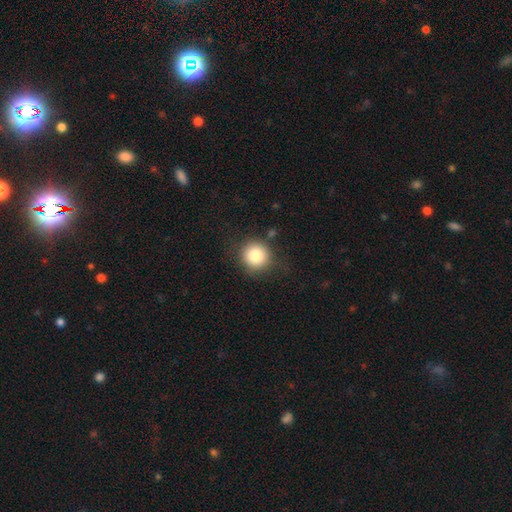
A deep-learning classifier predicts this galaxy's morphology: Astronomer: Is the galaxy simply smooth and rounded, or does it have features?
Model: smooth — 84%.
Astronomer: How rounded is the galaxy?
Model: round — 93%.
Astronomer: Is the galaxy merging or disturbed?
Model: none — 81%.